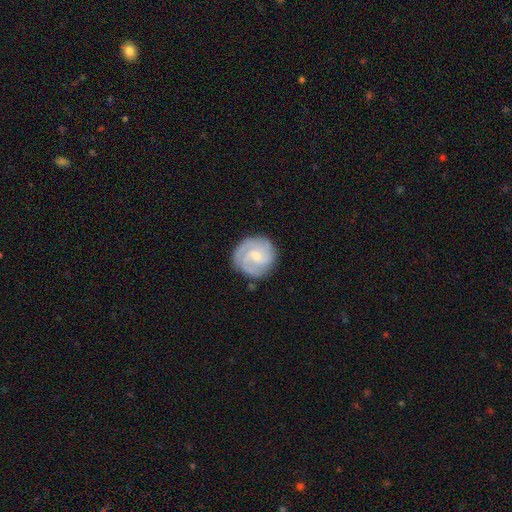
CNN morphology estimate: smooth_or_featured: featured or disk (p=0.71) [alt: smooth p=0.24]
disk_edge_on: no (p=0.98) [alt: yes p=0.02]
bar: weak (p=0.47) [alt: no p=0.46]
has_spiral_arms: yes (p=0.92) [alt: no p=0.08]
spiral_winding: tight (p=0.56) [alt: medium p=0.35]
spiral_arm_count: 2 (p=0.31) [alt: 3 p=0.29]
bulge_size: small (p=0.53) [alt: moderate p=0.38]
merging: none (p=0.80) [alt: minor disturbance p=0.14]